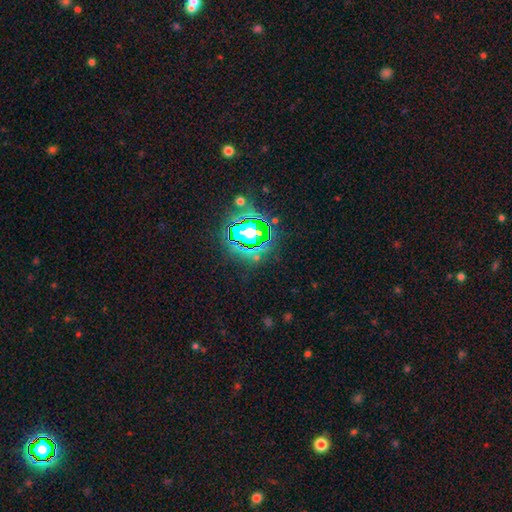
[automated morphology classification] The model was most divided on "smooth or featured": star or artifact: 79%, smooth: 12%, featured or disk: 9%.